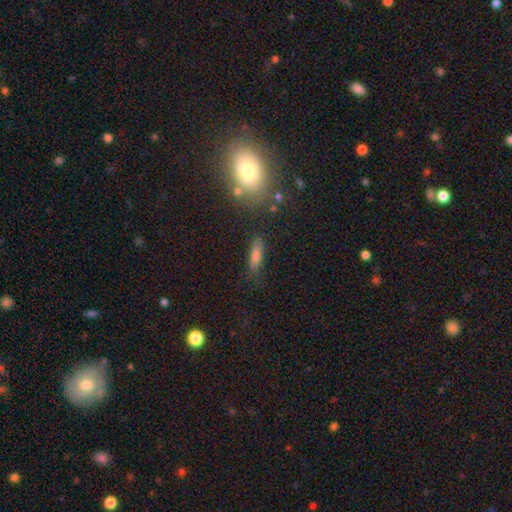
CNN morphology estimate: Smooth or featured?
  - smooth: 70% *
  - featured or disk: 18%
  - star or artifact: 12%
How rounded?
  - cigar-shaped: 61% *
  - in between: 34%
  - round: 4%
Merging?
  - none: 76% *
  - minor disturbance: 15%
  - major disturbance: 5%
  - merger: 4%